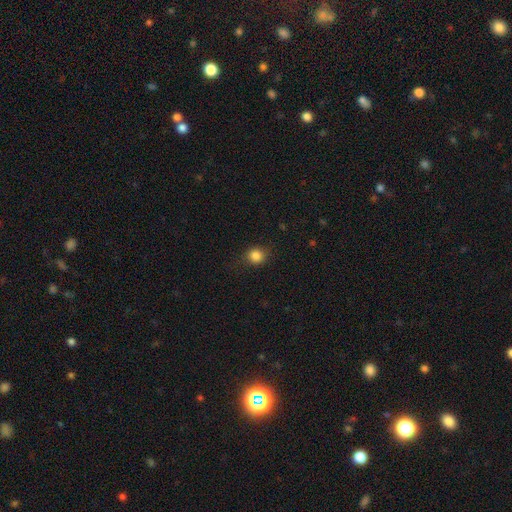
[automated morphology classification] Smooth or featured? smooth (84%)
How rounded? round (83%)
Merging? none (83%)